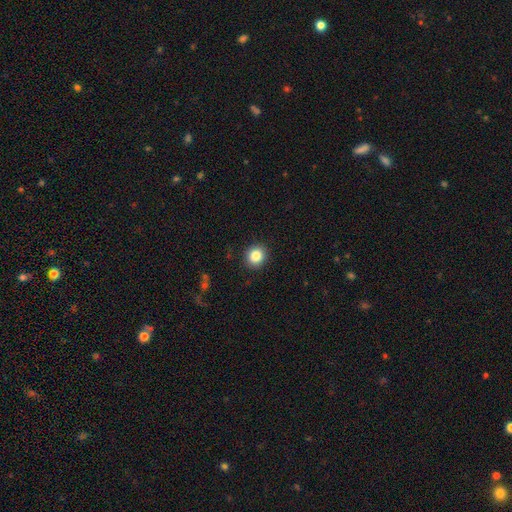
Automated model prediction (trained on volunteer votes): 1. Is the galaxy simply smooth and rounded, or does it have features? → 85% smooth, 10% star or artifact, 5% featured or disk.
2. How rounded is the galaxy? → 84% round, 15% in between, 1% cigar-shaped.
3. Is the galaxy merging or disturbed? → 91% none, 6% minor disturbance, 2% major disturbance, 1% merger.